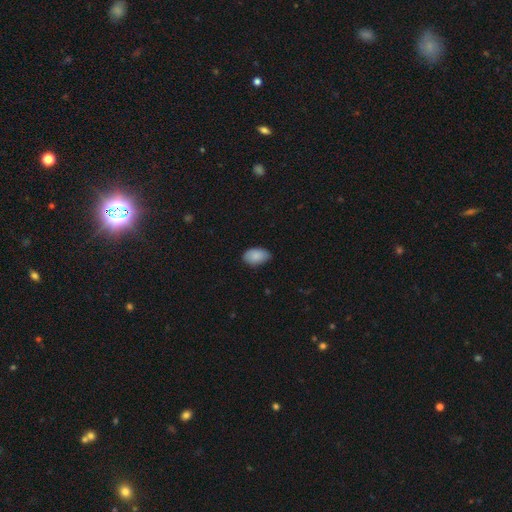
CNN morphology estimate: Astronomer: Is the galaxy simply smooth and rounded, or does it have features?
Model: smooth — 88%.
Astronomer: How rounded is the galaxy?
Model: in between — 91%.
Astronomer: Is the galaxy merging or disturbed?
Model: none — 78%.